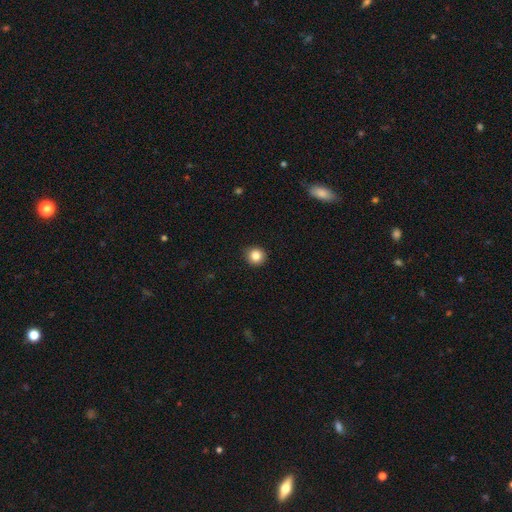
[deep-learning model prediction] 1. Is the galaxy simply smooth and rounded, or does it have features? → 85% smooth, 10% star or artifact, 5% featured or disk.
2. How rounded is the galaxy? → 93% round, 6% in between, 1% cigar-shaped.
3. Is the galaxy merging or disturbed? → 92% none, 6% minor disturbance, 2% major disturbance, 1% merger.